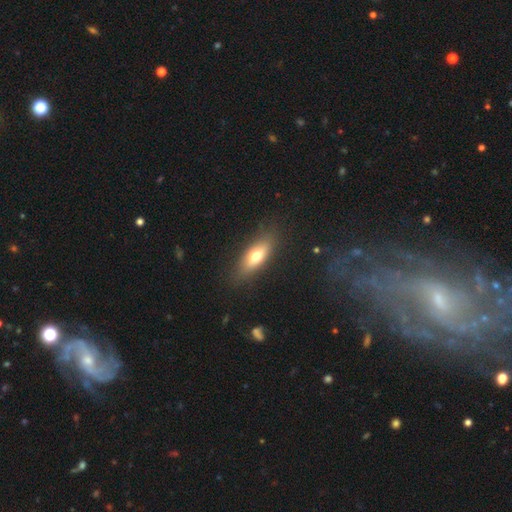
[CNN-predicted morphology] smooth_or_featured: smooth (p=0.65) [alt: featured or disk p=0.28]
how_rounded: in between (p=0.64) [alt: cigar-shaped p=0.33]
merging: none (p=0.83) [alt: minor disturbance p=0.12]